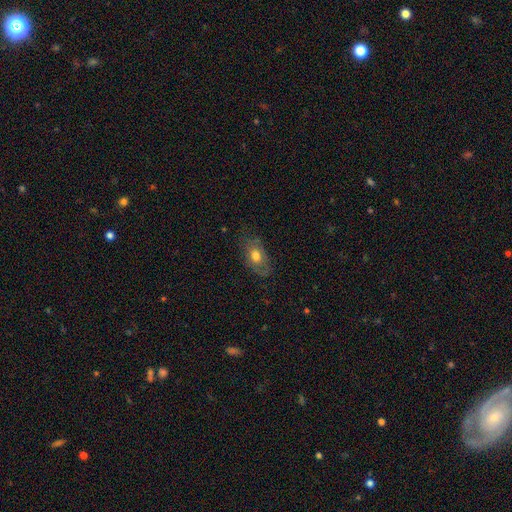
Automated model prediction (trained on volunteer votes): A smooth galaxy with no disk features (64%) that is in between round and cigar-shaped (85%).

Vote fractions:
- Smooth or featured? smooth: 64% / featured or disk: 28% / star or artifact: 8%
- How rounded? in between: 85% / round: 12% / cigar-shaped: 3%
- Merging? none: 64% / minor disturbance: 24% / major disturbance: 10% / merger: 1%